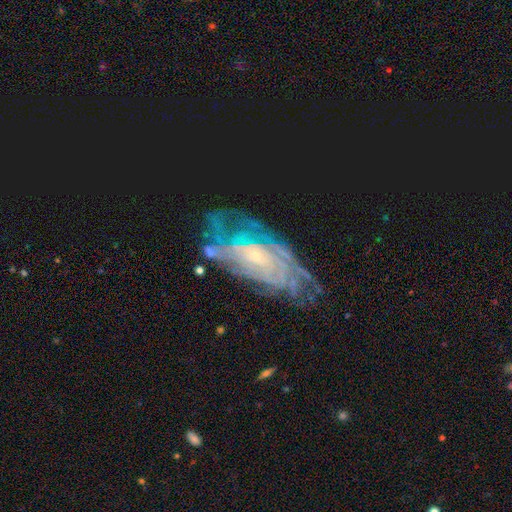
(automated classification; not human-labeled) A featured or disk galaxy (77%) with no bar (65%), tight (63%) spiral arms (87%) and a small central bulge (71%). Merging: none (62%).